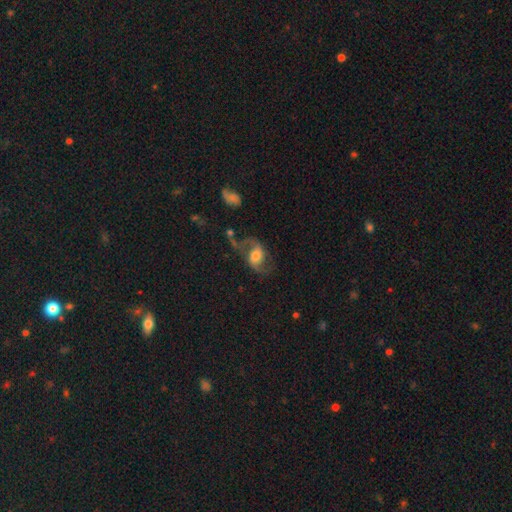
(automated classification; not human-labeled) A featured or disk galaxy (73%) with a weak bar (41%), 2 (89%) loose (59%) spiral arms (91%) and a moderate central bulge (57%).

Vote fractions:
- Smooth or featured? featured or disk: 73% / smooth: 20% / star or artifact: 8%
- Edge-on disk? no: 96% / yes: 4%
- Bar? weak: 41% / no: 40% / strong: 19%
- Spiral arms? yes: 91% / no: 9%
- Spiral winding? loose: 59% / medium: 34% / tight: 7%
- Spiral arm count? 2: 89% / 1: 4% / can't tell: 3% / 3: 1% / 4: 1% / more than 4: 1%
- Bulge size? moderate: 57% / large: 22% / small: 17% / none: 2% / dominant: 2%
- Merging? none: 58% / major disturbance: 19% / minor disturbance: 18% / merger: 5%